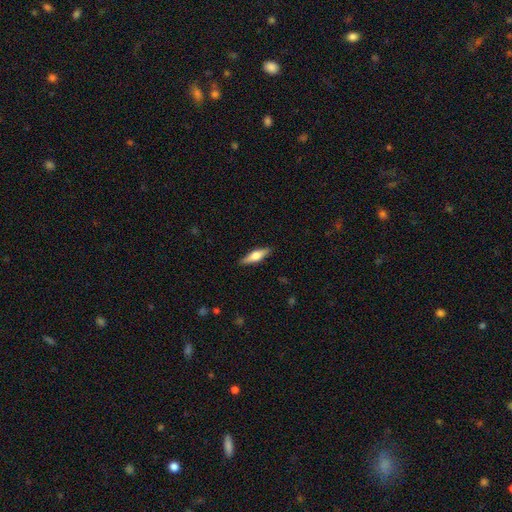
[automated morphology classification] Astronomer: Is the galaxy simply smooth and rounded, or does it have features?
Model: featured or disk — 48% (runner-up: smooth, 47%).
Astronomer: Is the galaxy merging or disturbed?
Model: none — 89%.